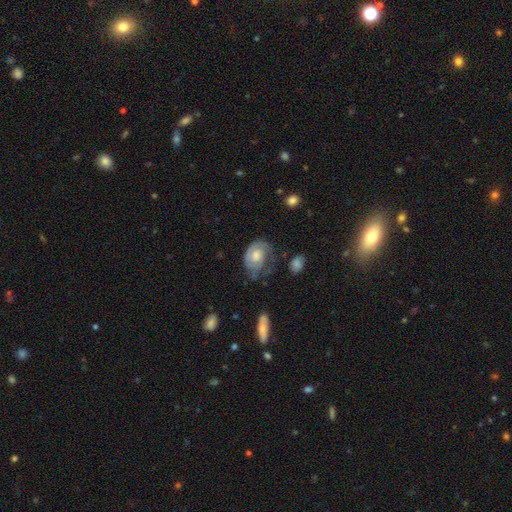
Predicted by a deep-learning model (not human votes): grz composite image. It shows a featured or disk galaxy (62%) with no bar (77%), spiral arms (79%) and a moderate central bulge (49%). Merging: none (38%).